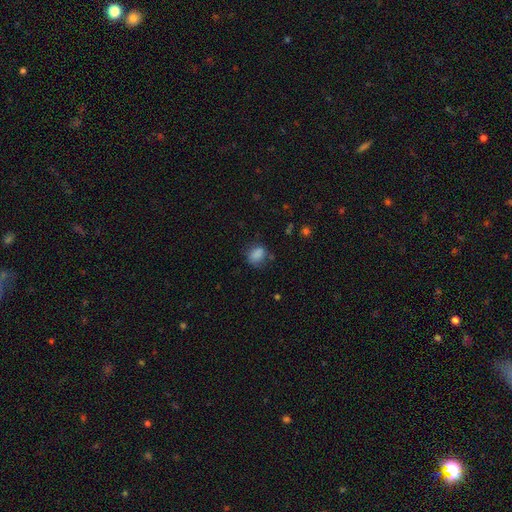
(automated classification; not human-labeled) This is clearly a smooth galaxy (83%). How rounded: likely in between (64%). Merging: likely none (65%).